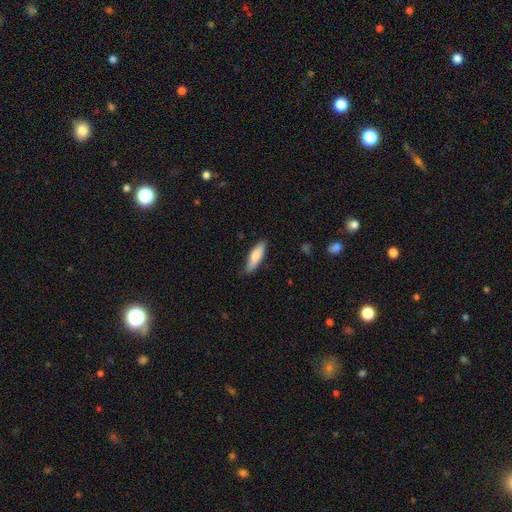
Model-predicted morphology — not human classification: smooth-or-featured: smooth: 77% | featured or disk: 17% | star or artifact: 5%
  how-rounded: cigar-shaped: 54% | in between: 44% | round: 2%
  merging: none: 81% | minor disturbance: 16% | major disturbance: 2% | merger: 1%